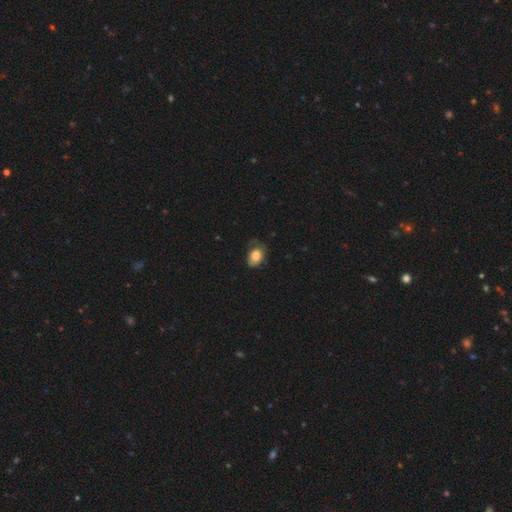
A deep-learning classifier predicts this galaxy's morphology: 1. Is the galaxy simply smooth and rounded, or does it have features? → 78% smooth, 15% featured or disk, 8% star or artifact.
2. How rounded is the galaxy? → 79% in between, 20% round, 1% cigar-shaped.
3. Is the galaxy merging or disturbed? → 56% none, 31% minor disturbance, 12% major disturbance, 1% merger.